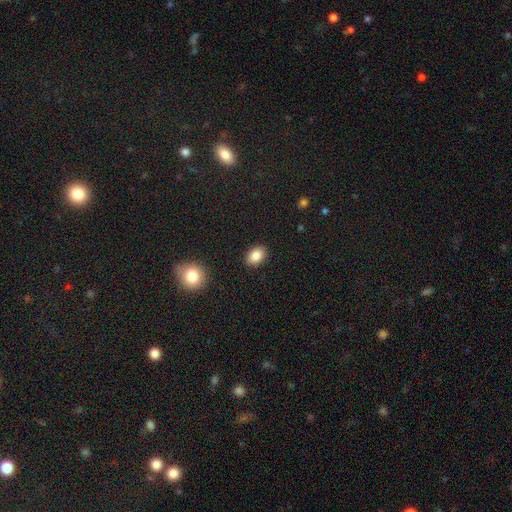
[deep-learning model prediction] Smooth or featured?
  - smooth: 86% *
  - star or artifact: 9%
  - featured or disk: 6%
How rounded?
  - in between: 76% *
  - round: 23%
  - cigar-shaped: 1%
Merging?
  - none: 89% *
  - minor disturbance: 8%
  - major disturbance: 2%
  - merger: 1%